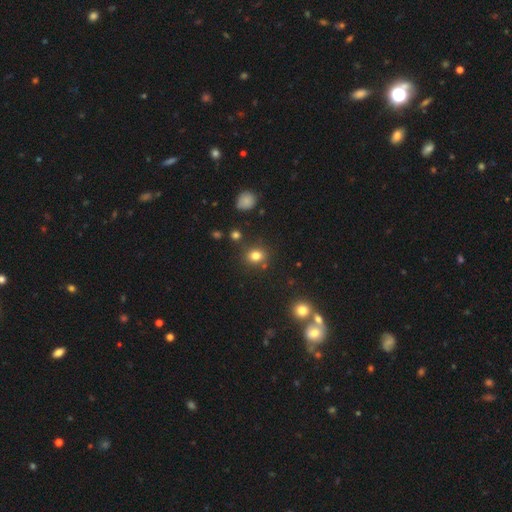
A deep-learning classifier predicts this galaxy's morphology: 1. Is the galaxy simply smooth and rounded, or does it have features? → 80% smooth, 14% star or artifact, 7% featured or disk.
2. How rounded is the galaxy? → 64% round, 35% in between, 1% cigar-shaped.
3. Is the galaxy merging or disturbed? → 80% none, 11% minor disturbance, 6% merger, 3% major disturbance.